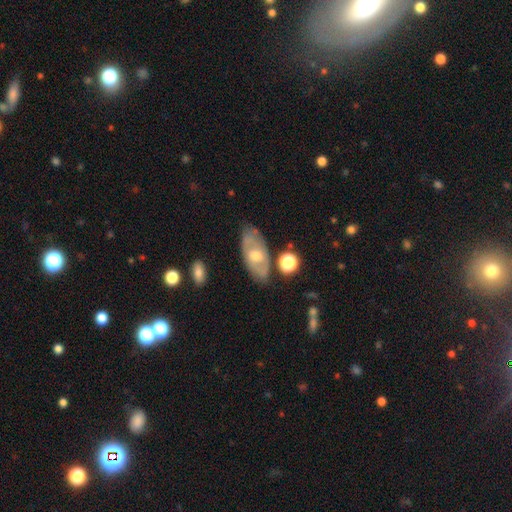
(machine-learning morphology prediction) Smooth or featured: featured or disk — 58% (smooth — 35%)
Edge-on disk: no — 84% (yes — 16%)
Merging: none — 74% (minor disturbance — 17%)